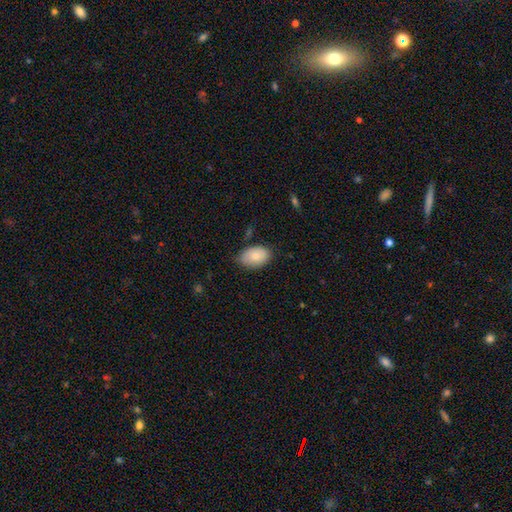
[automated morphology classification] Overall: smooth (81%). How rounded: in between (90%). Merging: none (76%).